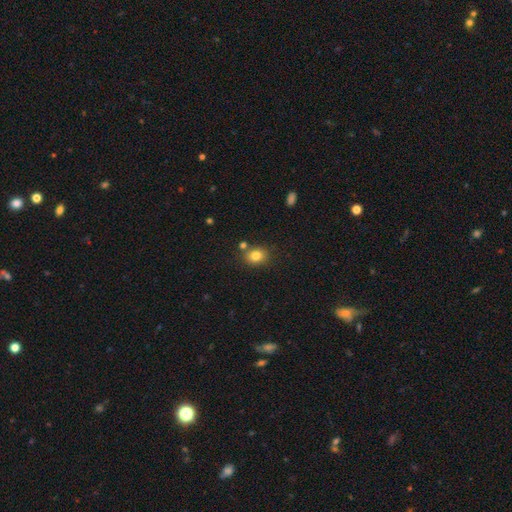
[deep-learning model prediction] A smooth galaxy with no disk features (82%) that is round (55%). Merging: none (77%).